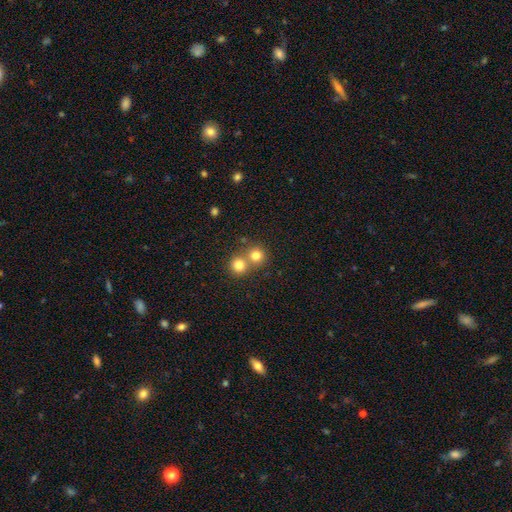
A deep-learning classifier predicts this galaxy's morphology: Smooth or featured? smooth (79%)
How rounded? round (90%)
Merging? none (53%)